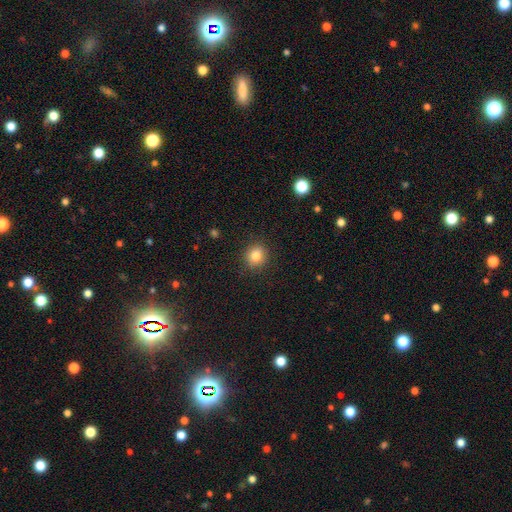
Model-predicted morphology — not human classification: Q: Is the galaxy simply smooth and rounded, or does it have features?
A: smooth — 82%.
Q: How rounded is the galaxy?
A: round — 83%.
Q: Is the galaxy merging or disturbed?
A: none — 89%.